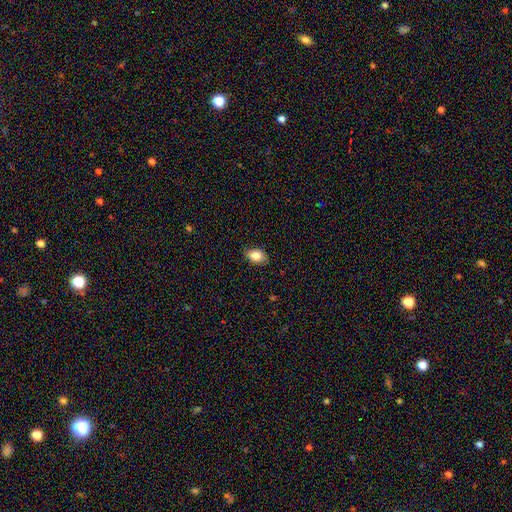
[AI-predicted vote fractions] The model was most divided on "merging": none: 82%, minor disturbance: 14%, major disturbance: 3%, merger: 1%. More confident: how rounded — in between (88%); smooth or featured — smooth (84%).